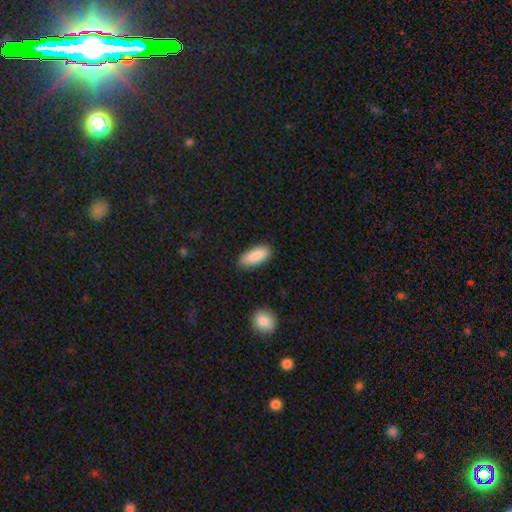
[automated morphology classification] The model was most divided on "how rounded": in between: 76%, cigar-shaped: 22%, round: 2%. More confident: smooth or featured — smooth (89%); merging — none (86%).